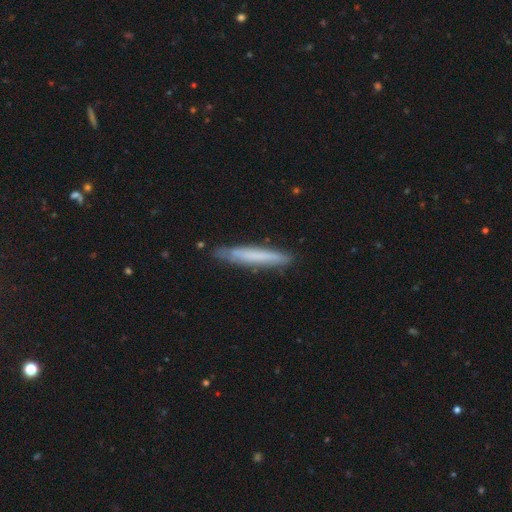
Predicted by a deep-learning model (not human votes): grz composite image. It shows a smooth galaxy with no disk features (60%) that is cigar-shaped (95%). Merging: none (84%).